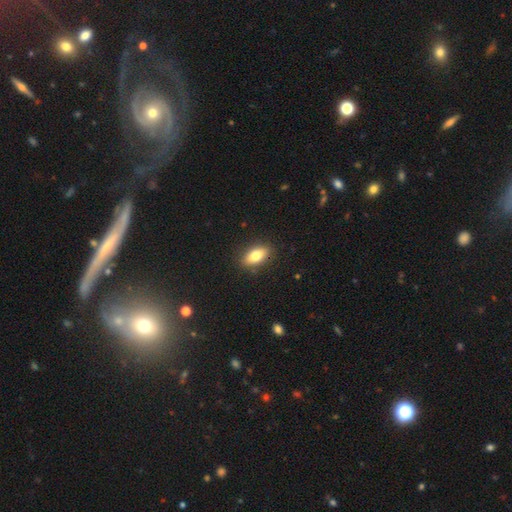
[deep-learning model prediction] A smooth galaxy with no disk features (76%) that is in between round and cigar-shaped (83%). Merging: none (88%).